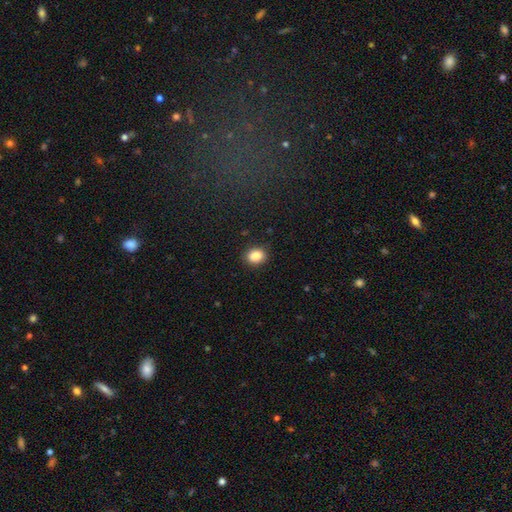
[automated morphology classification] The model was most divided on "how rounded": in between: 51%, round: 48%, cigar-shaped: 1%. More confident: merging — none (88%); smooth or featured — smooth (87%).